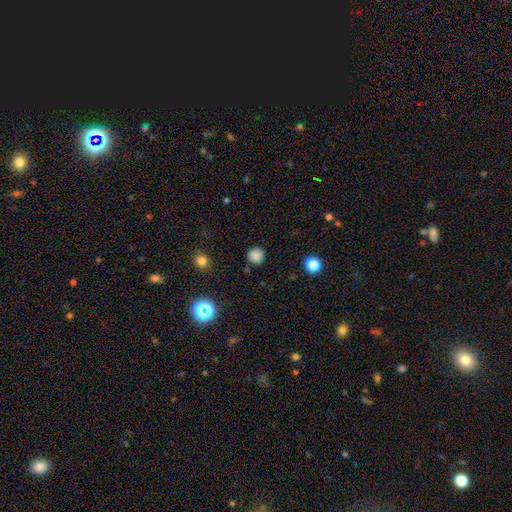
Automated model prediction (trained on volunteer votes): Smooth or featured?
  - smooth: 83% *
  - star or artifact: 14%
  - featured or disk: 3%
How rounded?
  - round: 93% *
  - in between: 6%
  - cigar-shaped: 1%
Merging?
  - none: 85% *
  - minor disturbance: 9%
  - major disturbance: 3%
  - merger: 3%